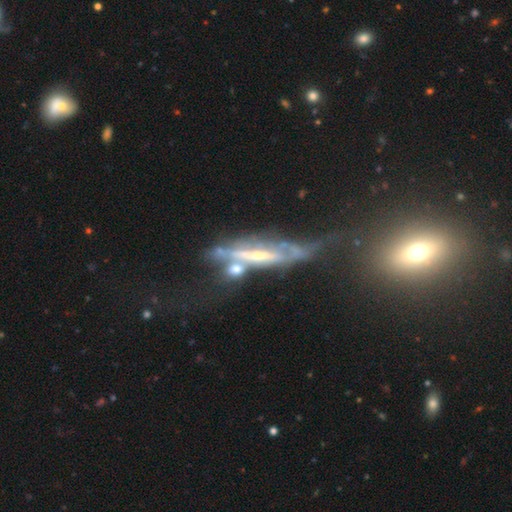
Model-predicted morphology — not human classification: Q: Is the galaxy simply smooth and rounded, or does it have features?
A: featured or disk — 75%.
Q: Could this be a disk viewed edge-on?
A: yes — 67%.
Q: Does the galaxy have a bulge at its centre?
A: none — 39%.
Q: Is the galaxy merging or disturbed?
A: major disturbance — 30%.